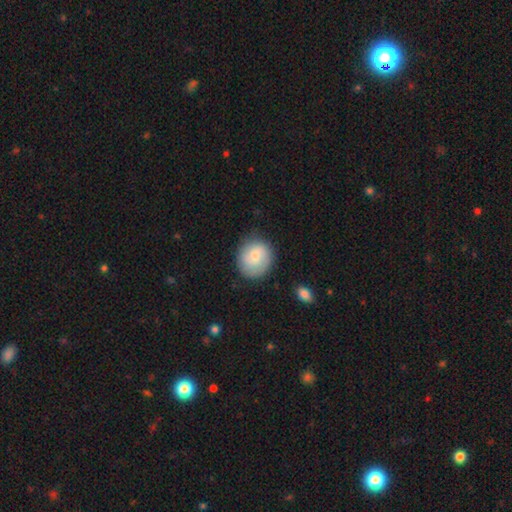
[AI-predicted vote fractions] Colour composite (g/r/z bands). It shows a smooth galaxy with no disk features (61%) that is round (79%). Merging: none (80%).